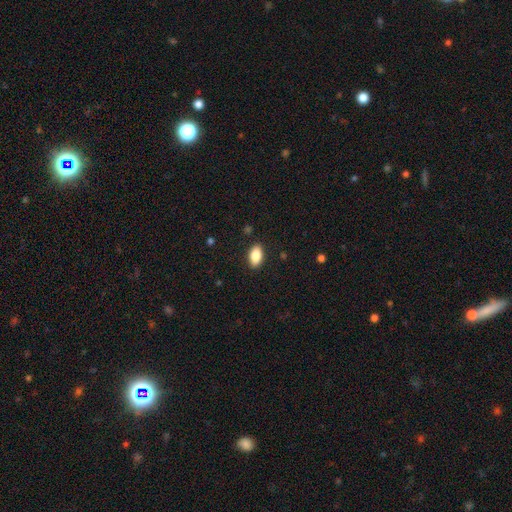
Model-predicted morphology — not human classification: This appears to be a smooth galaxy with no disk features (85%) that is in between round and cigar-shaped (92%). Merging: none (88%).